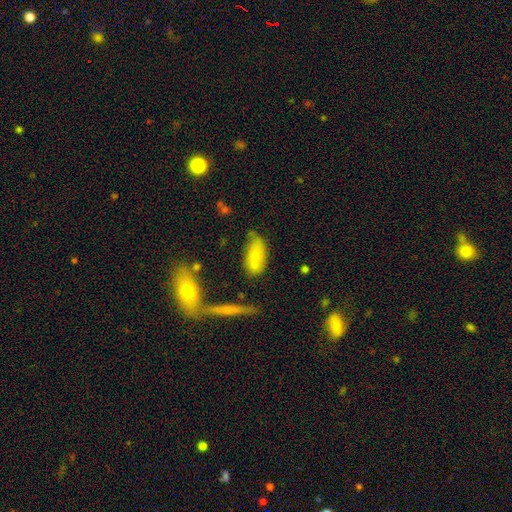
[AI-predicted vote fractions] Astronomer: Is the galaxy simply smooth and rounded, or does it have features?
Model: smooth — 60%.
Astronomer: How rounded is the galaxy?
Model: in between — 80%.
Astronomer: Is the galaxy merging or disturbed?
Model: none — 51%.